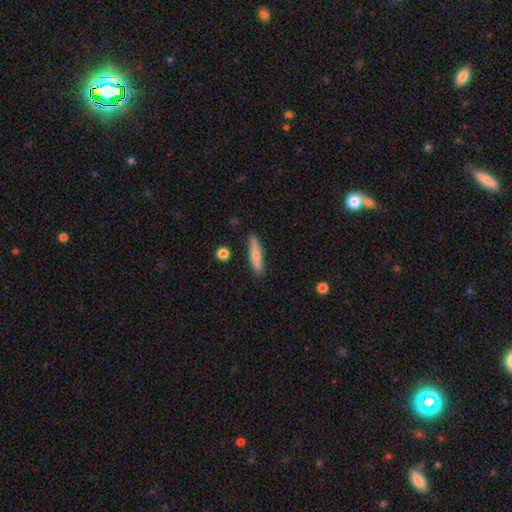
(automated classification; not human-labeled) smooth-or-featured: smooth: 69% | featured or disk: 25% | star or artifact: 6%
  how-rounded: cigar-shaped: 85% | in between: 13% | round: 2%
  merging: none: 85% | minor disturbance: 11% | merger: 2% | major disturbance: 2%